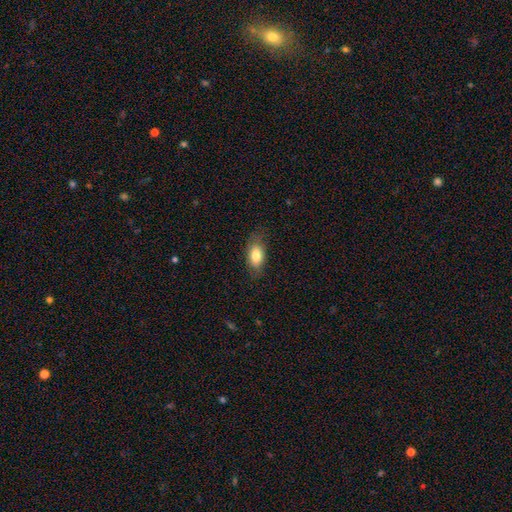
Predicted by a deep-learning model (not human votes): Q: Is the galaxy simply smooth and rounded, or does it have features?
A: smooth — 80%.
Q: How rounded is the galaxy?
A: in between — 88%.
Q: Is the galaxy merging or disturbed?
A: none — 76%.